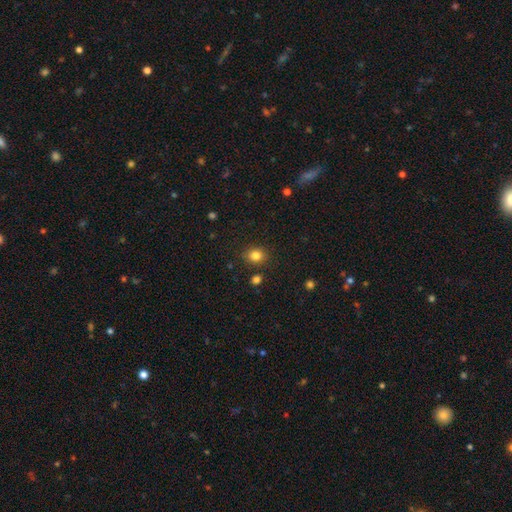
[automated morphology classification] smooth 83%, star or artifact 12%, featured or disk 6%. Down the decision tree: how rounded — round (65%); merging — none (85%).